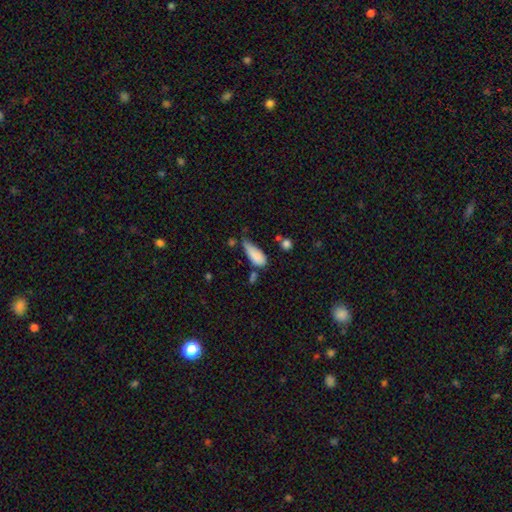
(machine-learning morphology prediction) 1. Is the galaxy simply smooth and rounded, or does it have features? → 82% smooth, 10% featured or disk, 8% star or artifact.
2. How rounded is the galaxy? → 76% in between, 21% cigar-shaped, 3% round.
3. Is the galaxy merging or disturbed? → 42% minor disturbance, 30% none, 18% major disturbance, 10% merger.